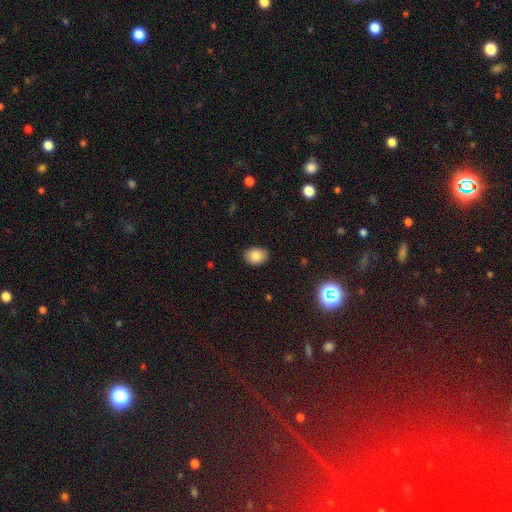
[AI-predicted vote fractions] Overall: smooth (82%). How rounded: in between (67%; round 32%). Merging: none (87%).